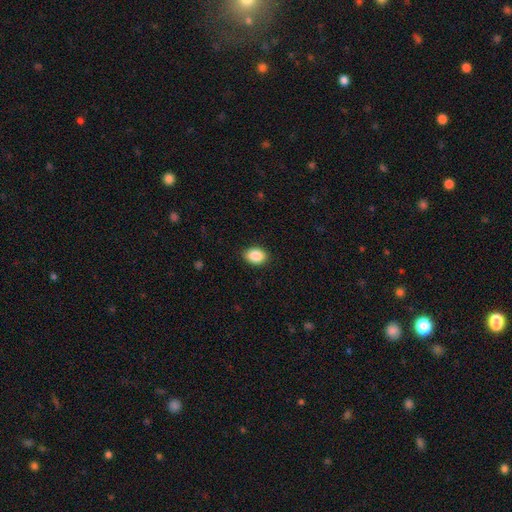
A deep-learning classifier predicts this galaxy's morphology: Q: Smooth or featured?
A: smooth (89%); runner-up: star or artifact (8%)
Q: How rounded?
A: in between (73%); runner-up: round (26%)
Q: Merging?
A: none (86%); runner-up: minor disturbance (10%)